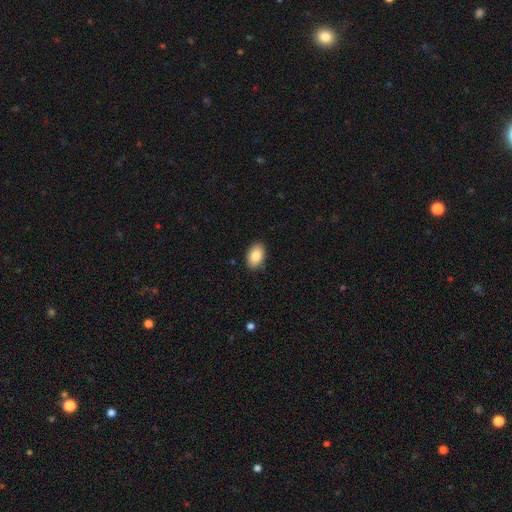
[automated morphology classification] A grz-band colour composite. It shows a smooth galaxy with no disk features (85%) that is in between round and cigar-shaped (91%). Merging: none (89%).